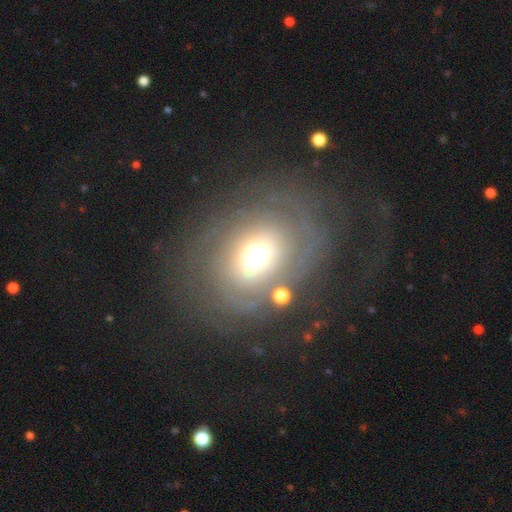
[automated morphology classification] Overall: featured or disk (59%; smooth 28%). Edge-on disk: no (95%). Bar: no (82%). Spiral arms: yes (67%; no 33%). Bulge size: moderate (52%; large 29%). Merging: none (66%).